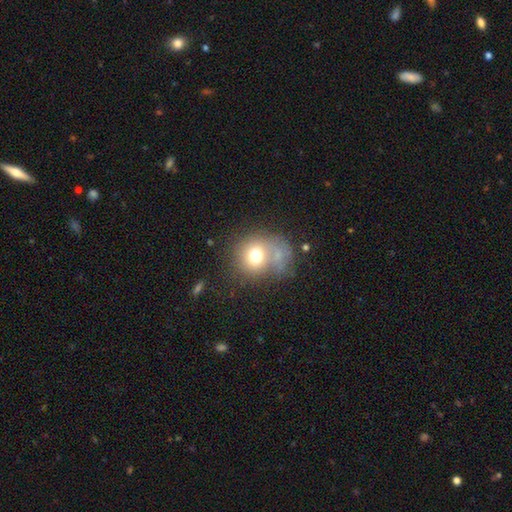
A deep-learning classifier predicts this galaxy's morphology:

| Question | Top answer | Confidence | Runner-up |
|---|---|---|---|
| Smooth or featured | smooth | 69% | featured or disk (19%) |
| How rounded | round | 75% | in between (24%) |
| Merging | none | 38% | merger (24%) |